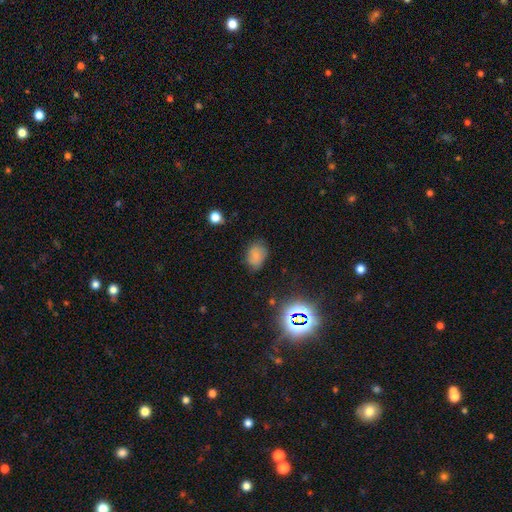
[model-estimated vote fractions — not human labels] Smooth or featured? Predicted: smooth (p=0.74). How rounded? Predicted: in between (p=0.73). Merging? Predicted: none (p=0.71).